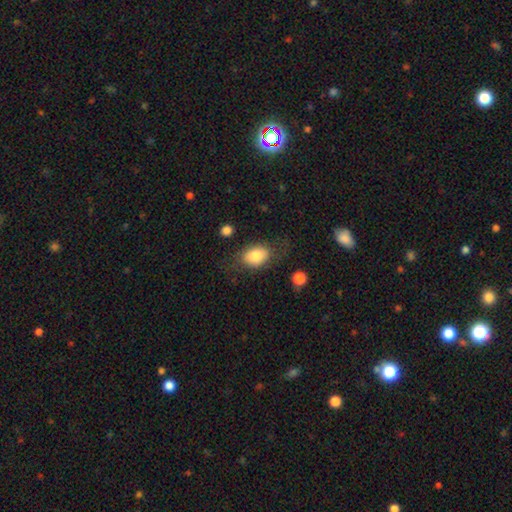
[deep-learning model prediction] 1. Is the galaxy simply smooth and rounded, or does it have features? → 79% smooth, 14% featured or disk, 7% star or artifact.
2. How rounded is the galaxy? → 78% in between, 21% round, 1% cigar-shaped.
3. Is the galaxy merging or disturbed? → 67% none, 19% minor disturbance, 11% major disturbance, 3% merger.